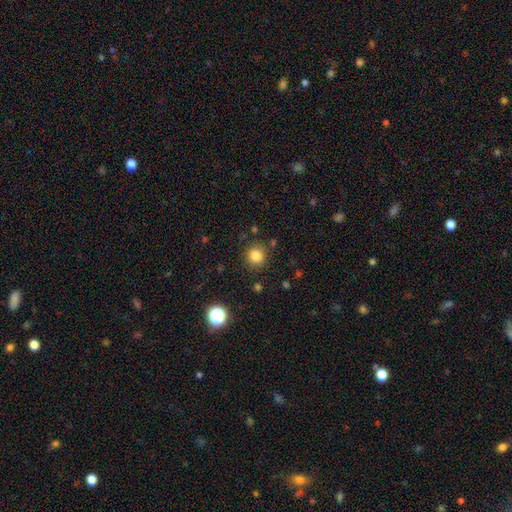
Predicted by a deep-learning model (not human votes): Morphology: type=smooth (82%); roundness=round (90%); merging=none (87%).